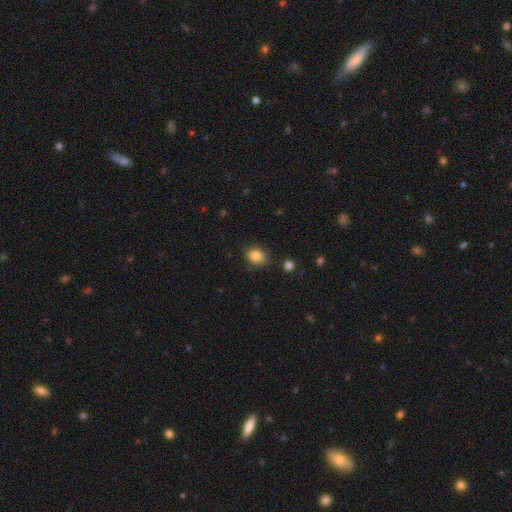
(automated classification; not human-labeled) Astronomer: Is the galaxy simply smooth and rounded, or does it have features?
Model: smooth — 84%.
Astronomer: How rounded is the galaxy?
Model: in between — 57% (runner-up: round, 42%).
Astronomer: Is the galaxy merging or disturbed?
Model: none — 80%.